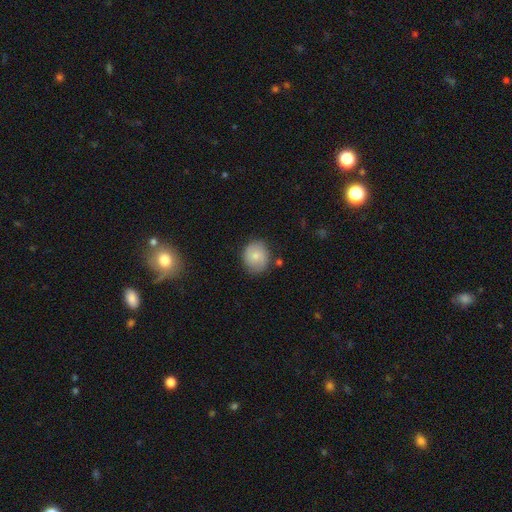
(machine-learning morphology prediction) smooth 67%, featured or disk 25%, star or artifact 8%. Down the decision tree: how rounded — round (74%); merging — none (77%).